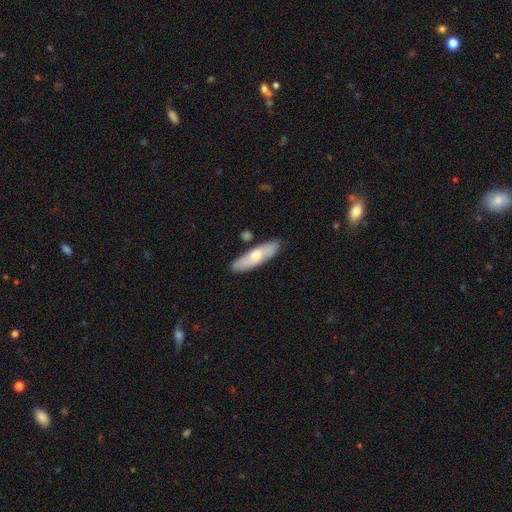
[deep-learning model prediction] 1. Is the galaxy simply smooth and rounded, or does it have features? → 61% smooth, 34% featured or disk, 5% star or artifact.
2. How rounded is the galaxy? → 57% cigar-shaped, 41% in between, 2% round.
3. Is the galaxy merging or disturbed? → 83% none, 11% minor disturbance, 4% merger, 2% major disturbance.